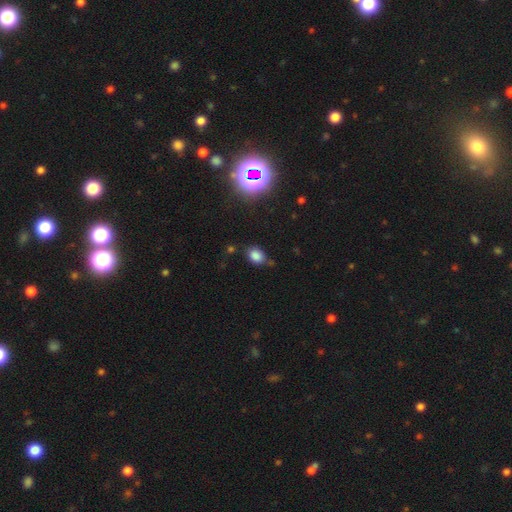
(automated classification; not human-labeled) Smooth or featured: smooth — 79% (star or artifact — 15%)
How rounded: in between — 65% (round — 34%)
Merging: none — 68% (minor disturbance — 21%)